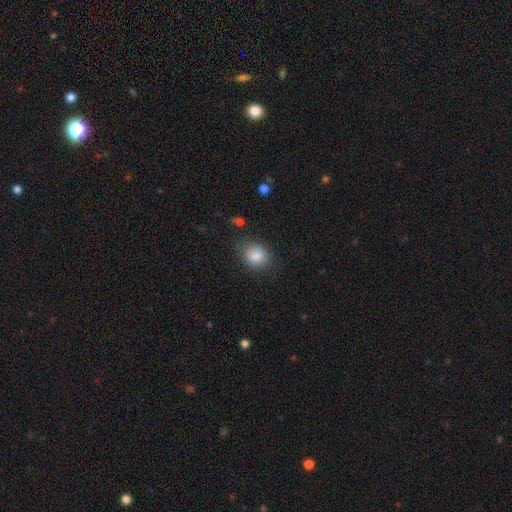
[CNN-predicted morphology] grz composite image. It shows a smooth galaxy with no disk features (85%) that is round (62%). Merging: none (73%).